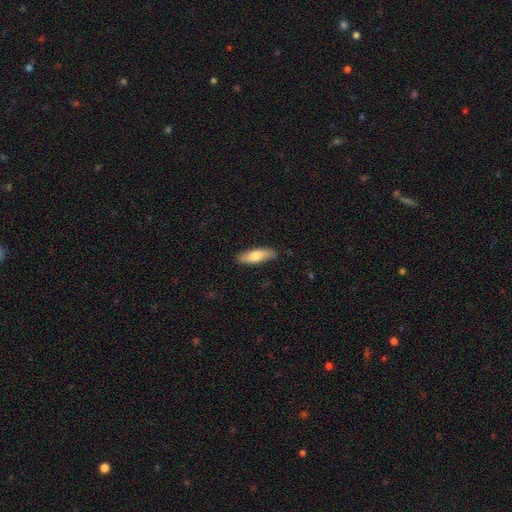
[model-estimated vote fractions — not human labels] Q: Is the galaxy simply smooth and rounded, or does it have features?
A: smooth — 72%.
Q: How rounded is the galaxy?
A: in between — 52%.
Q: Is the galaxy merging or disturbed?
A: none — 83%.